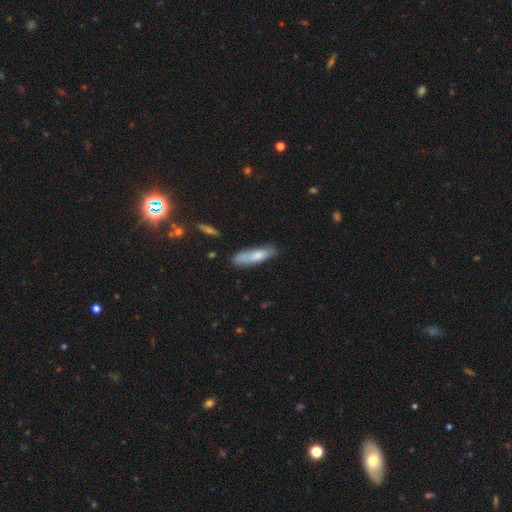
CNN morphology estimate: This appears to be a smooth galaxy with no disk features (75%) that is cigar-shaped (65%). Merging: none (70%).